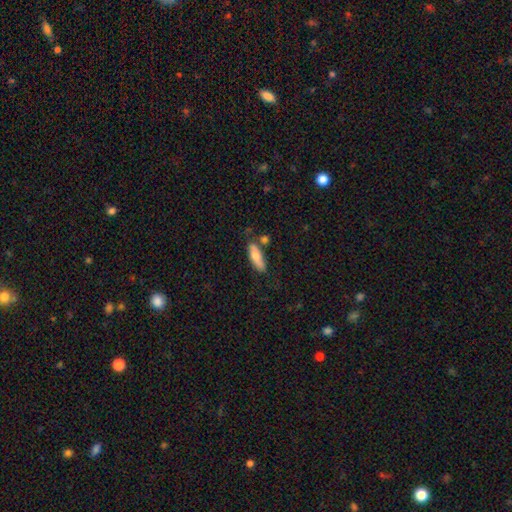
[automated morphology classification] Smooth or featured? Predicted: smooth (p=0.72). How rounded? Predicted: in between (p=0.50). Merging? Predicted: none (p=0.65).